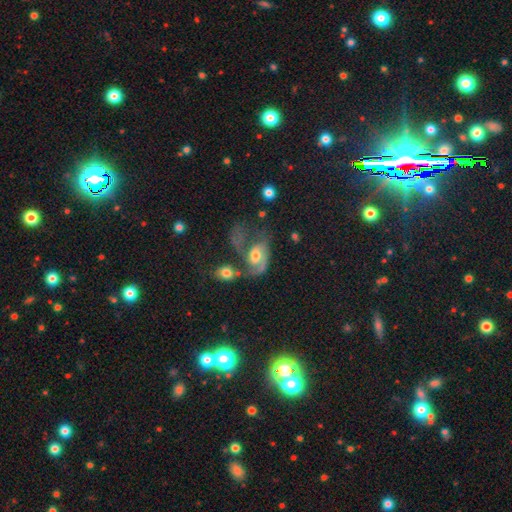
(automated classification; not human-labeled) The model was most divided on "merging": major disturbance: 35%, merger: 31%, none: 21%, minor disturbance: 14%. Remaining: edge-on disk — no (97%); spiral arms — yes (85%); smooth or featured — featured or disk (71%); bulge size — moderate (65%); bar — no (63%); spiral arm count — 2 (59%); spiral winding — medium (44%).